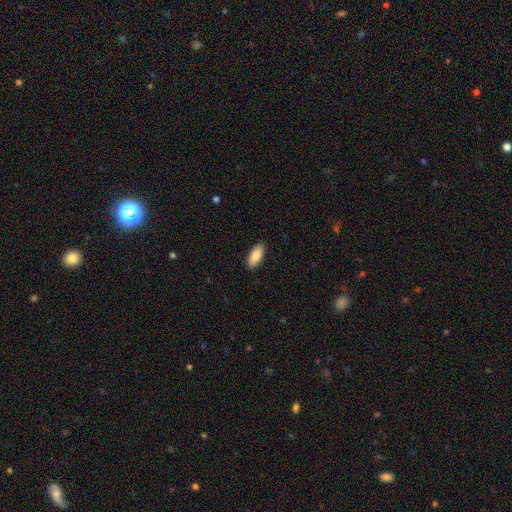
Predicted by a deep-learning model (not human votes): Smooth or featured: smooth — 85% (featured or disk — 9%)
How rounded: in between — 88% (cigar-shaped — 11%)
Merging: none — 90% (minor disturbance — 8%)